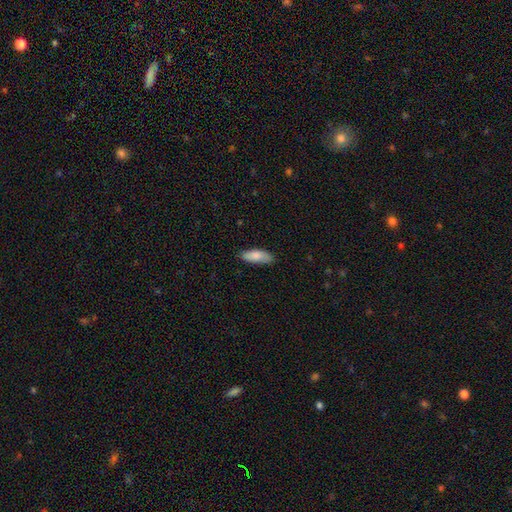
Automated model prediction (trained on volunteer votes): smooth_or_featured: smooth (p=0.84) [alt: featured or disk p=0.11]
how_rounded: in between (p=0.69) [alt: cigar-shaped p=0.29]
merging: none (p=0.80) [alt: minor disturbance p=0.16]